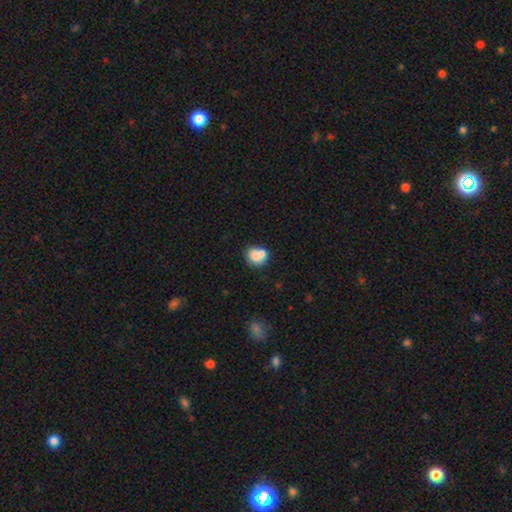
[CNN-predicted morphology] type=smooth (74%); roundness=round (71%); merging=merger (48%).